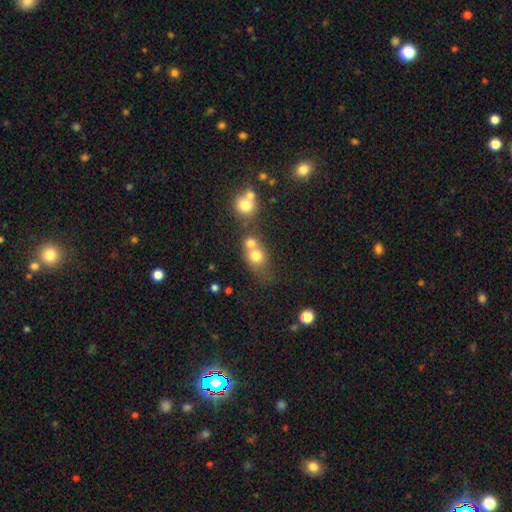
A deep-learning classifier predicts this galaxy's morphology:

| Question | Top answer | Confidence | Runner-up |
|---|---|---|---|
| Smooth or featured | smooth | 73% | featured or disk (14%) |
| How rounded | round | 73% | in between (25%) |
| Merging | merger | 52% | none (34%) |